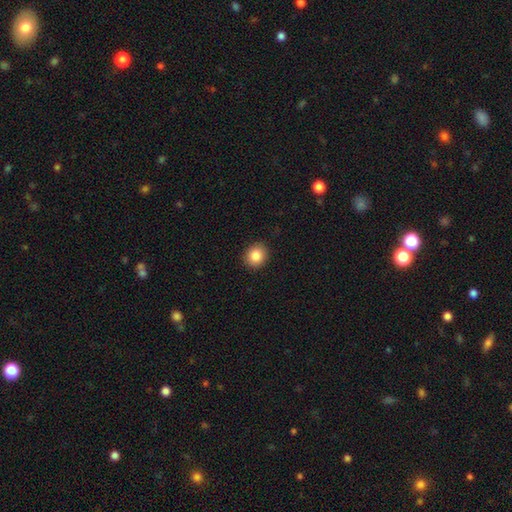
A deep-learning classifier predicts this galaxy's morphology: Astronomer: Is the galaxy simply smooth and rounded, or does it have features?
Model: smooth — 86%.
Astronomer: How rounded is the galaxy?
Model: round — 78%.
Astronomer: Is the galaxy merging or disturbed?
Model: none — 91%.